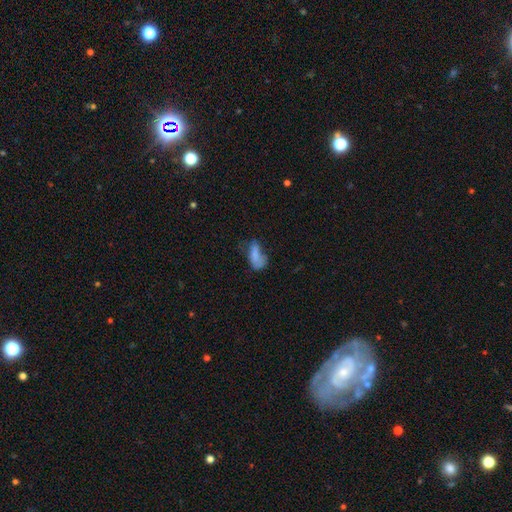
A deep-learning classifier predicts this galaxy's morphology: A smooth galaxy with no disk features (71%) that is in between round and cigar-shaped (85%). Merging: major disturbance (36%).